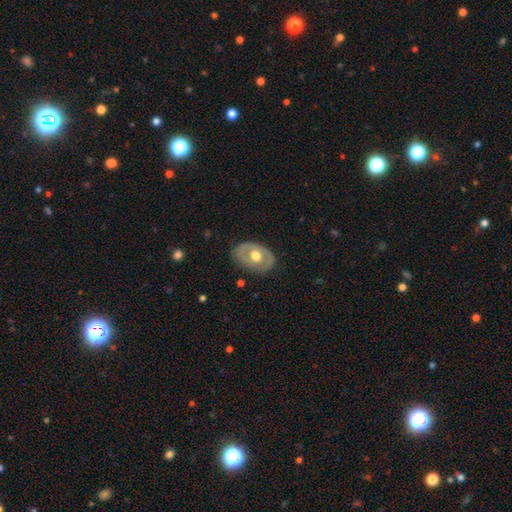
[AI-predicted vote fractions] Q: Smooth or featured?
A: featured or disk (54%); runner-up: smooth (41%)
Q: Edge-on disk?
A: no (90%); runner-up: yes (10%)
Q: Merging?
A: none (76%); runner-up: minor disturbance (17%)